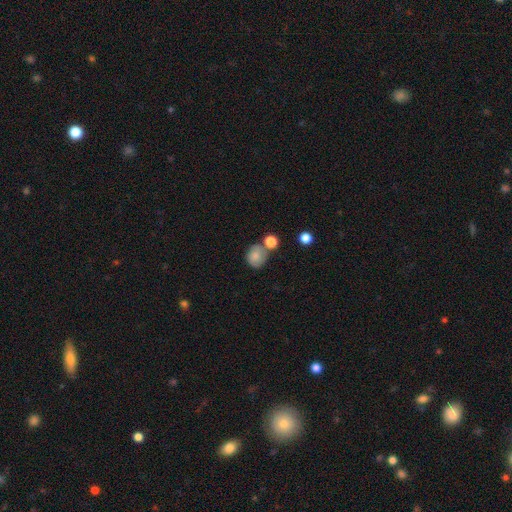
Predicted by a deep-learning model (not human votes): A smooth galaxy with no disk features (78%) that is round (69%). Merging: none (52%).